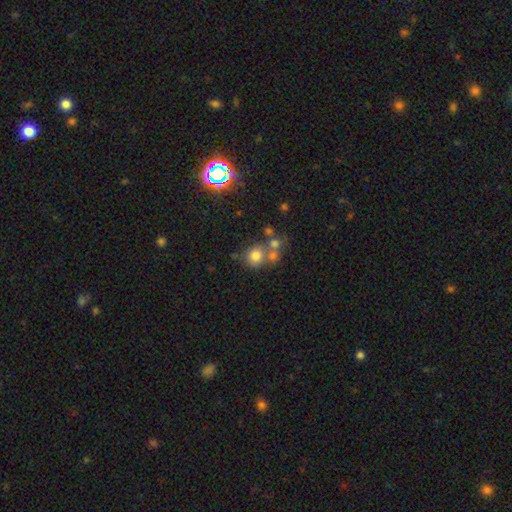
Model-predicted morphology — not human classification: The model was most divided on "merging": none: 49%, merger: 35%, minor disturbance: 11%, major disturbance: 6%. More confident: how rounded — round (81%); smooth or featured — smooth (73%).